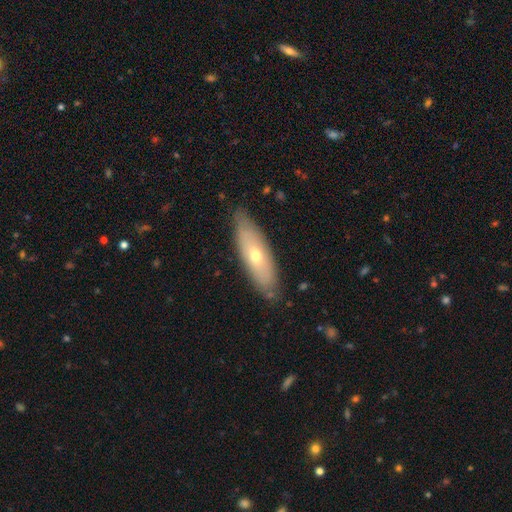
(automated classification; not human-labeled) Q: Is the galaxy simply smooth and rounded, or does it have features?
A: smooth — 52%.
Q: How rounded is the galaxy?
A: cigar-shaped — 50%.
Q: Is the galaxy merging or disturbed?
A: none — 83%.